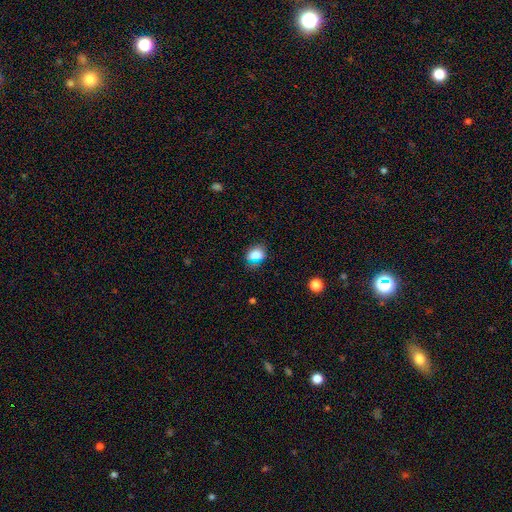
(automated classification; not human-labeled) Smooth or featured: smooth — 79% (star or artifact — 13%)
How rounded: in between — 64% (round — 34%)
Merging: none — 69% (minor disturbance — 20%)